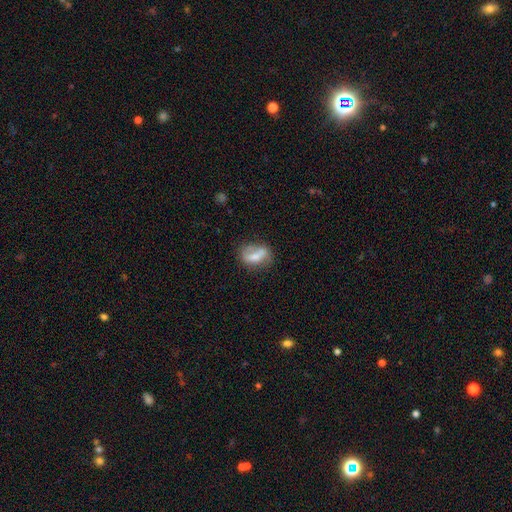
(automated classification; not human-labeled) Morphology: type=smooth (54%); roundness=in between (75%); merging=none (47%).